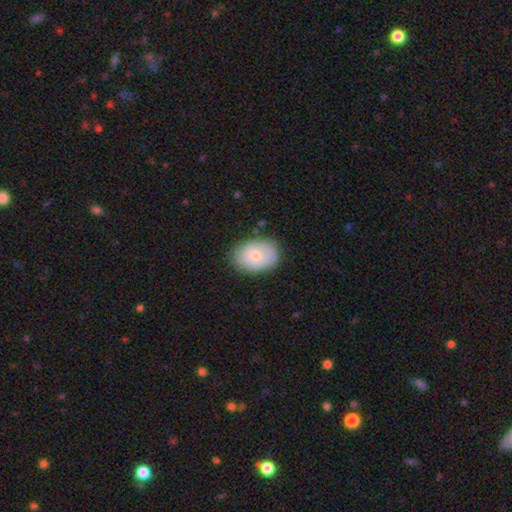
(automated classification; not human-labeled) The model was most divided on "smooth or featured": smooth: 70%, featured or disk: 23%, star or artifact: 7%. More confident: merging — none (81%); how rounded — in between (75%).